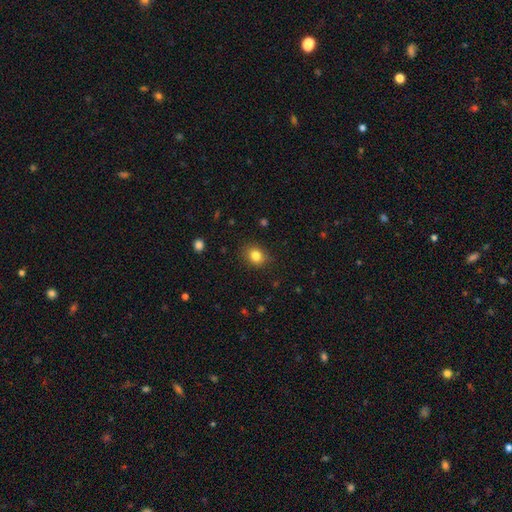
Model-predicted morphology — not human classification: Smooth or featured: smooth — 83% (star or artifact — 11%)
How rounded: round — 63% (in between — 36%)
Merging: none — 84% (minor disturbance — 12%)